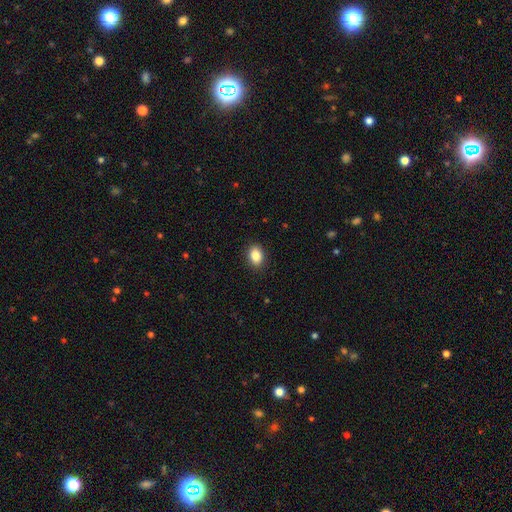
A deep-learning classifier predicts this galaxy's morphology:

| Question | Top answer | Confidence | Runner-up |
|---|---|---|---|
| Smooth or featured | smooth | 86% | star or artifact (9%) |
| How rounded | in between | 74% | round (24%) |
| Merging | none | 90% | minor disturbance (7%) |